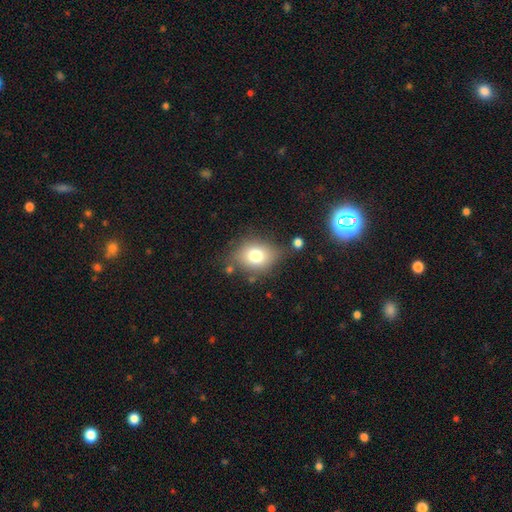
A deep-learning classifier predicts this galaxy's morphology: This appears to be a smooth galaxy with no disk features (75%) that is in between round and cigar-shaped (54%). Merging: none (70%).